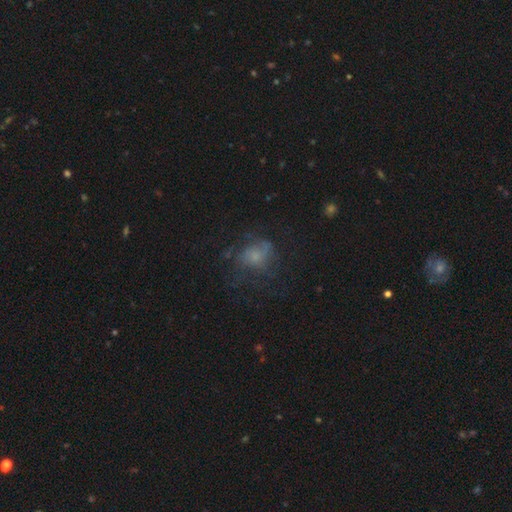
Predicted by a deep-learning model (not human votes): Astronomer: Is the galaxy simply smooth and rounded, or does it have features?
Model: smooth — 43% (runner-up: featured or disk, 39%).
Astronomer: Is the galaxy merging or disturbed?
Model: none — 48% (runner-up: major disturbance, 28%).